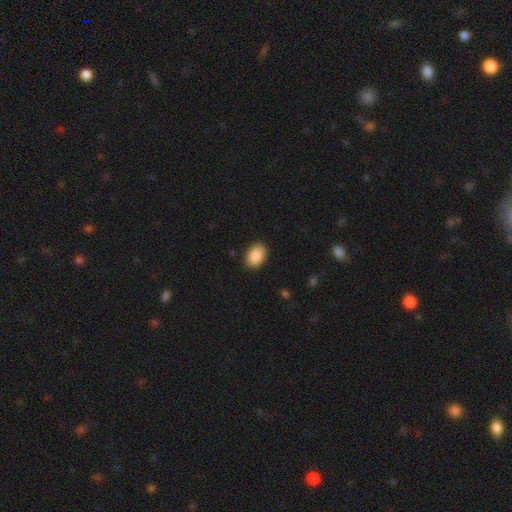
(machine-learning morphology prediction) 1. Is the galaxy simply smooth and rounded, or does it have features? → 90% smooth, 7% star or artifact, 3% featured or disk.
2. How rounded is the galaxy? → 87% in between, 12% round, 1% cigar-shaped.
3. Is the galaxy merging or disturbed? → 89% none, 8% minor disturbance, 2% major disturbance, 1% merger.